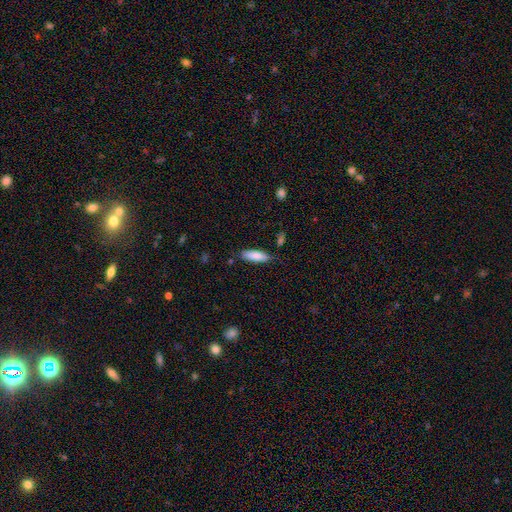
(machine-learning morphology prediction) Smooth or featured? smooth (83%)
How rounded? in between (55%)
Merging? none (78%)